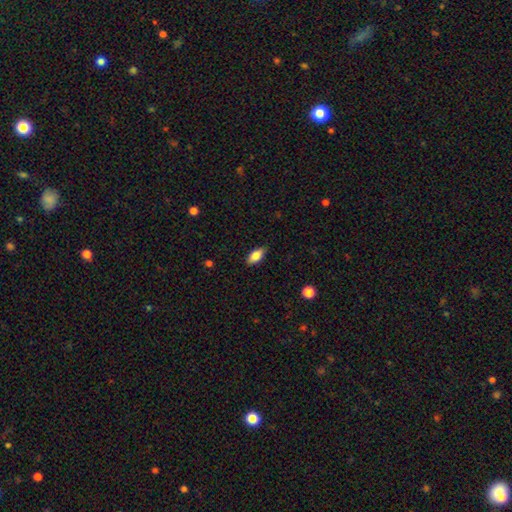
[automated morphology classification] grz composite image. It shows a smooth galaxy with no disk features (81%) that is in between round and cigar-shaped (88%). Merging: none (85%).